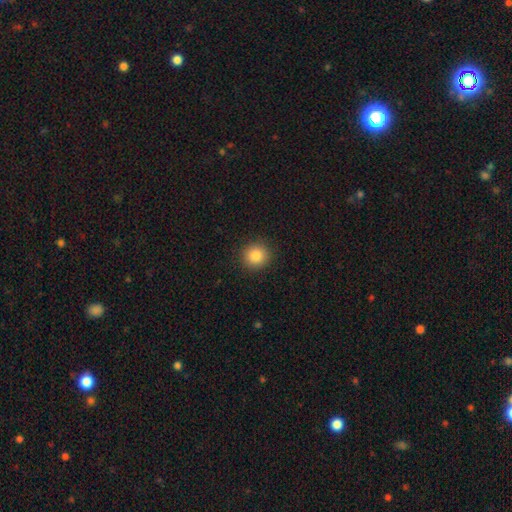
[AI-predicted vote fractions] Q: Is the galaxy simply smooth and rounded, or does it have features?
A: smooth — 84%.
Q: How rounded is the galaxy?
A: round — 91%.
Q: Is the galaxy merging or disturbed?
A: none — 91%.